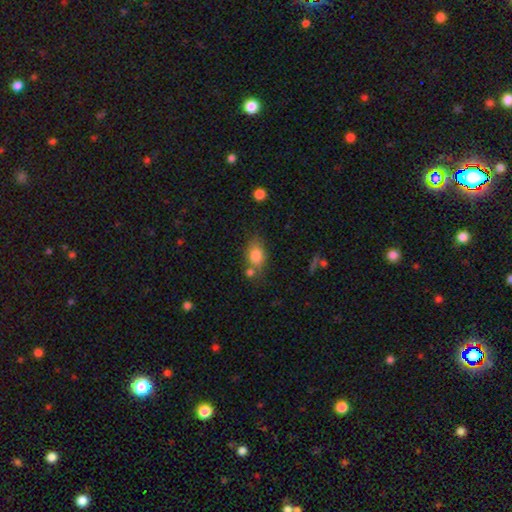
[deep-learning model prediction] Smooth or featured: smooth — 80% (featured or disk — 11%)
How rounded: in between — 79% (round — 18%)
Merging: none — 59% (merger — 18%)